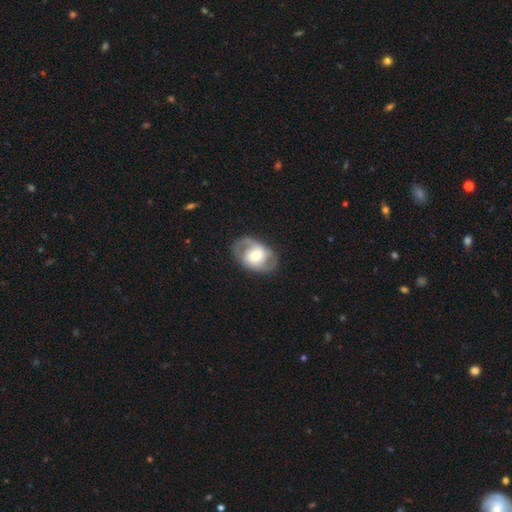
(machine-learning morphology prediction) A featured or disk galaxy (69%) with no bar (50%), spiral arms (69%) and a moderate central bulge (64%). Merging: none (79%).